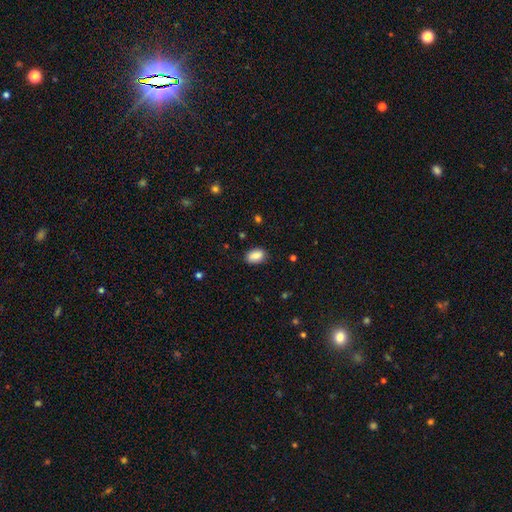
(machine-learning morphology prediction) Overall: smooth (86%). How rounded: in between (88%). Merging: none (84%).